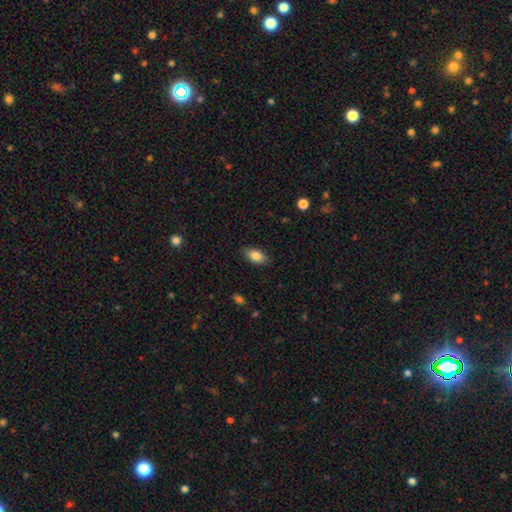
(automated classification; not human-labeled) Smooth or featured?
  - smooth: 86% *
  - star or artifact: 8%
  - featured or disk: 7%
How rounded?
  - in between: 90% *
  - round: 5%
  - cigar-shaped: 4%
Merging?
  - none: 84% *
  - minor disturbance: 12%
  - major disturbance: 3%
  - merger: 1%